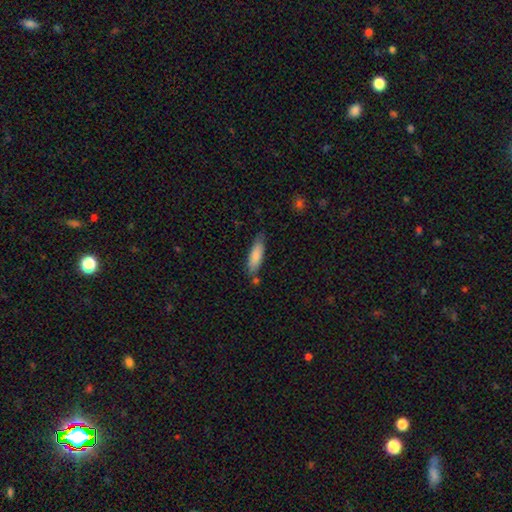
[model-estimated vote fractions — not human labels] Q: Smooth or featured?
A: smooth (83%); runner-up: featured or disk (11%)
Q: How rounded?
A: cigar-shaped (55%); runner-up: in between (43%)
Q: Merging?
A: none (73%); runner-up: minor disturbance (18%)